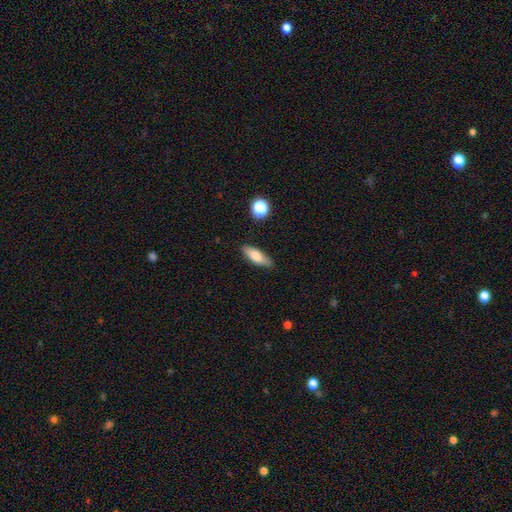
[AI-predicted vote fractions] smooth 73%, featured or disk 19%, star or artifact 8%. Down the decision tree: how rounded — in between (60%); merging — none (83%).